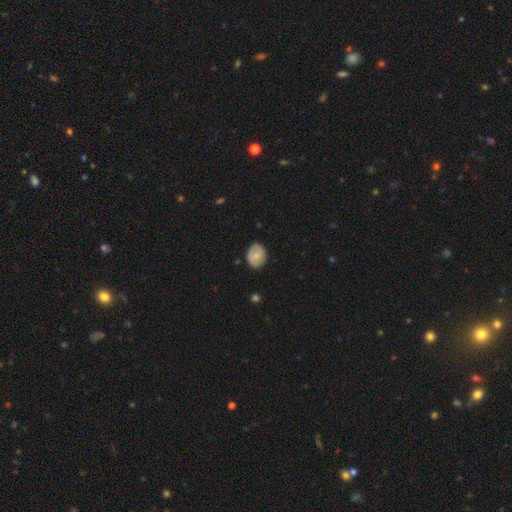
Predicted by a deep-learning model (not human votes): Smooth or featured: smooth — 64% (featured or disk — 29%)
How rounded: in between — 50% (round — 49%)
Merging: none — 81% (minor disturbance — 15%)